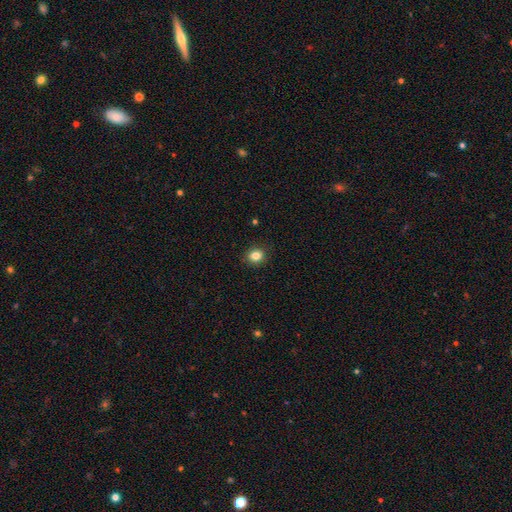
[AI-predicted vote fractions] Smooth or featured?
  - smooth: 84% *
  - star or artifact: 11%
  - featured or disk: 5%
How rounded?
  - round: 70% *
  - in between: 30%
  - cigar-shaped: 1%
Merging?
  - none: 90% *
  - minor disturbance: 7%
  - major disturbance: 2%
  - merger: 1%